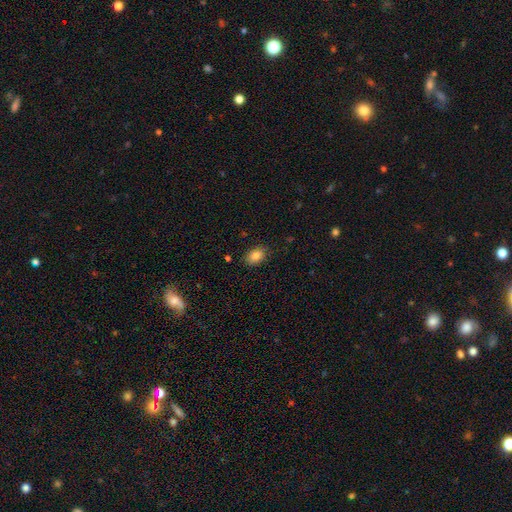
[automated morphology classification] A smooth galaxy with no disk features (85%) that is in between round and cigar-shaped (83%).

Vote fractions:
- Smooth or featured? smooth: 85% / star or artifact: 9% / featured or disk: 7%
- How rounded? in between: 83% / round: 16% / cigar-shaped: 1%
- Merging? none: 86% / minor disturbance: 11% / major disturbance: 2% / merger: 1%